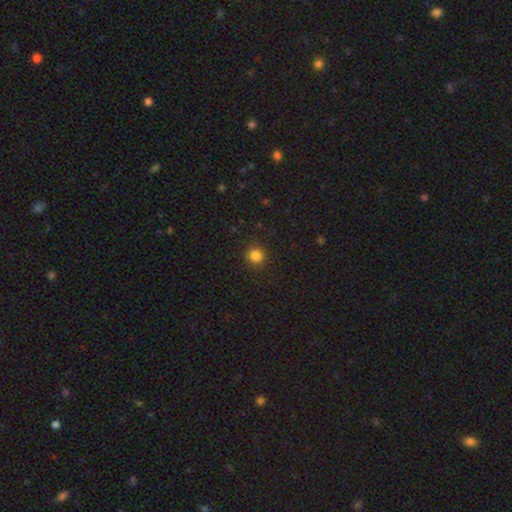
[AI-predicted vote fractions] A smooth galaxy with no disk features (84%) that is round (91%).

Vote fractions:
- Smooth or featured? smooth: 84% / star or artifact: 12% / featured or disk: 3%
- How rounded? round: 91% / in between: 8% / cigar-shaped: 1%
- Merging? none: 90% / minor disturbance: 7% / major disturbance: 2% / merger: 1%